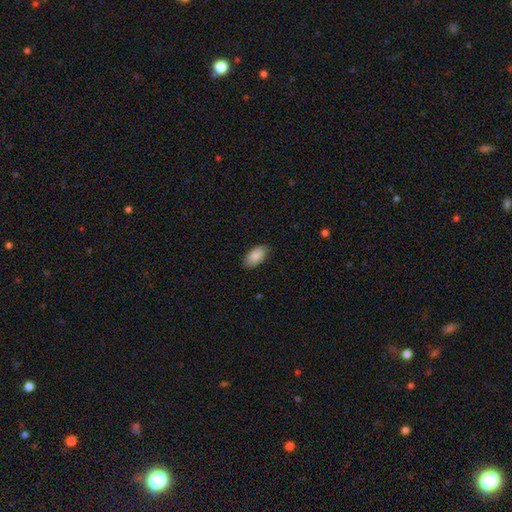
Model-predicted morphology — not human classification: A smooth galaxy with no disk features (86%) that is in between round and cigar-shaped (95%).

Vote fractions:
- Smooth or featured? smooth: 86% / featured or disk: 8% / star or artifact: 6%
- How rounded? in between: 95% / round: 3% / cigar-shaped: 2%
- Merging? none: 83% / minor disturbance: 13% / major disturbance: 2% / merger: 1%